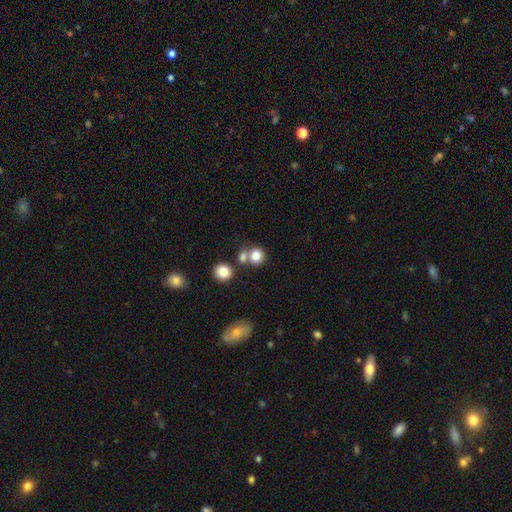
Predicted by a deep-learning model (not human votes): Overall: smooth (82%). How rounded: round (81%). Merging: none (52%; merger 34%).